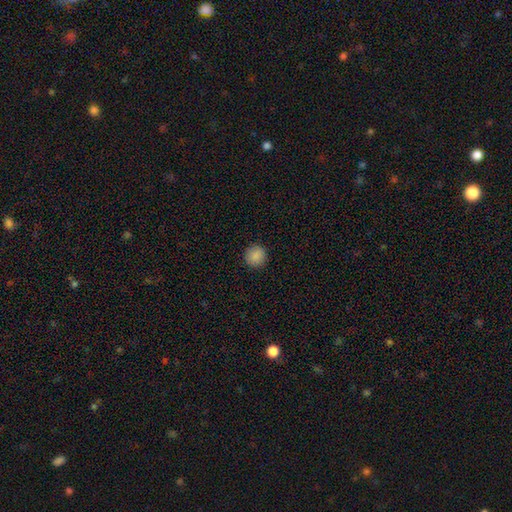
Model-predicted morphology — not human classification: Overall: smooth (89%). How rounded: round (94%). Merging: none (92%).